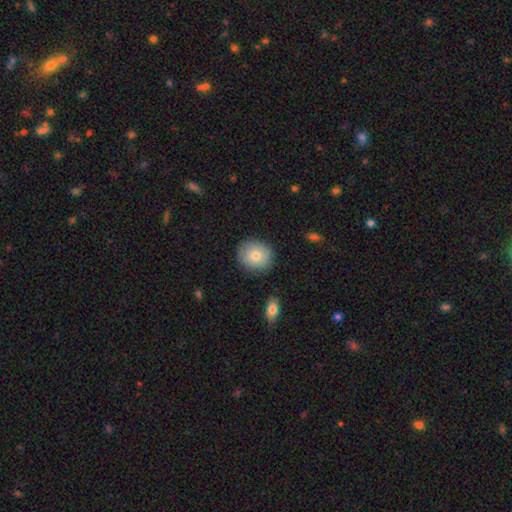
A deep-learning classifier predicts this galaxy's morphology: smooth 79%, featured or disk 13%, star or artifact 8%. Down the decision tree: how rounded — round (77%); merging — none (86%).